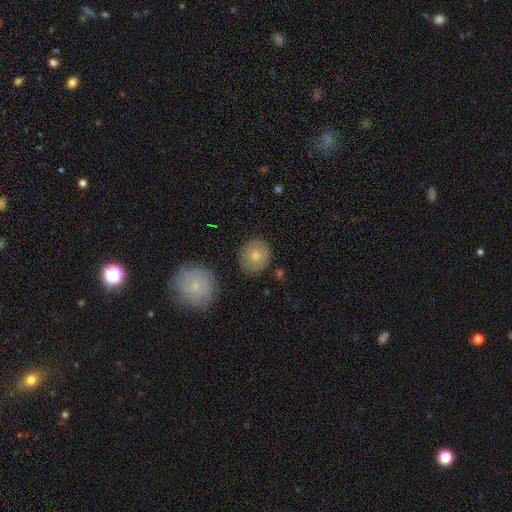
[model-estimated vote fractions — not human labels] Smooth or featured? Predicted: smooth (p=0.69). How rounded? Predicted: round (p=0.80). Merging? Predicted: none (p=0.84).